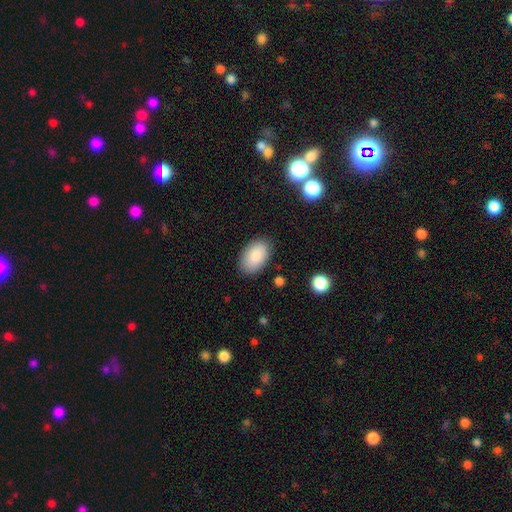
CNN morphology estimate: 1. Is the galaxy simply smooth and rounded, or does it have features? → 88% smooth, 6% star or artifact, 6% featured or disk.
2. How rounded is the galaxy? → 94% in between, 5% round, 1% cigar-shaped.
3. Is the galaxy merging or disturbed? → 86% none, 10% minor disturbance, 3% major disturbance, 1% merger.